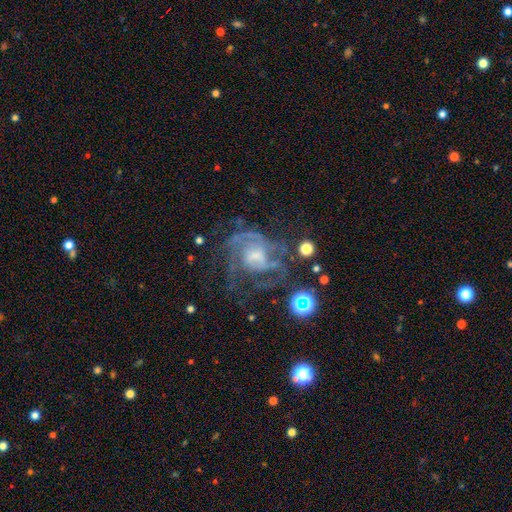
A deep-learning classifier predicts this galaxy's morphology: featured or disk 79%, star or artifact 11%, smooth 11%. Down the decision tree: edge-on disk — no (98%); bar — no (51%); spiral arms — yes (84%); spiral arm count — can't tell (37%); spiral winding — medium (44%); bulge size — small (38%, tied with moderate); merging — none (47%).